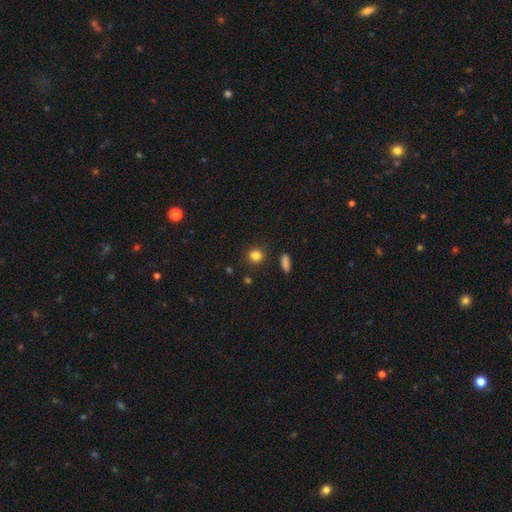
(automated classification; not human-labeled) Morphology: type=smooth (84%); roundness=round (82%); merging=none (88%).